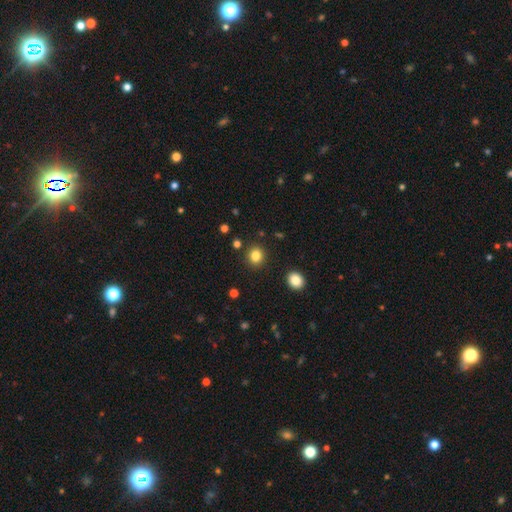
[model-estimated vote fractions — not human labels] A smooth galaxy with no disk features (83%) that is round (82%).

Vote fractions:
- Smooth or featured? smooth: 83% / star or artifact: 12% / featured or disk: 5%
- How rounded? round: 82% / in between: 17% / cigar-shaped: 1%
- Merging? none: 89% / minor disturbance: 6% / major disturbance: 2% / merger: 2%